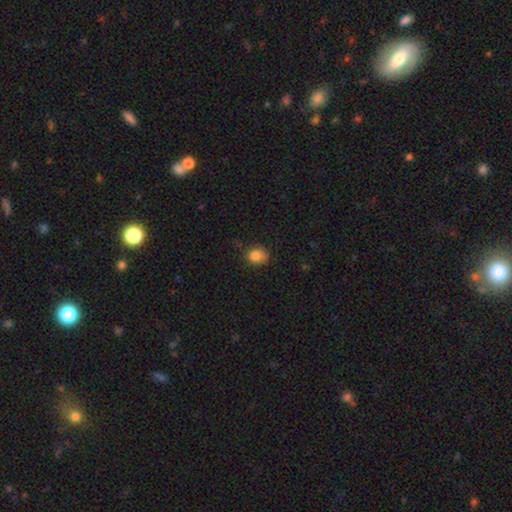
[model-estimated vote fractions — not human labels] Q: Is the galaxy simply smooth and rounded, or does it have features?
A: smooth — 83%.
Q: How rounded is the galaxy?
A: round — 62%.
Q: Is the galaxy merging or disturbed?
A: none — 70%.